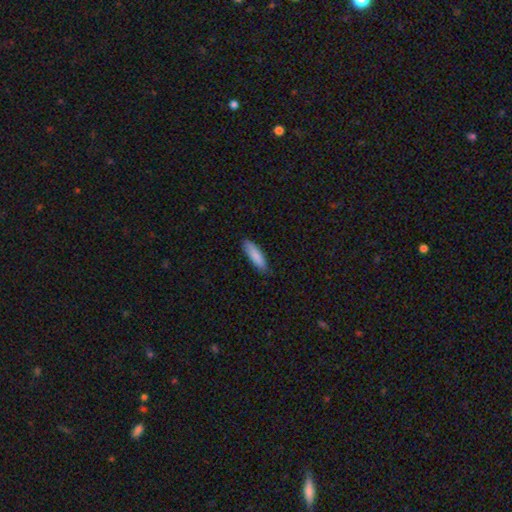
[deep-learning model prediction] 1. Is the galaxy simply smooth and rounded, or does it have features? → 87% smooth, 8% featured or disk, 6% star or artifact.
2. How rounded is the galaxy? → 59% cigar-shaped, 39% in between, 1% round.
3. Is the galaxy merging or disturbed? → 84% none, 13% minor disturbance, 2% major disturbance, 1% merger.